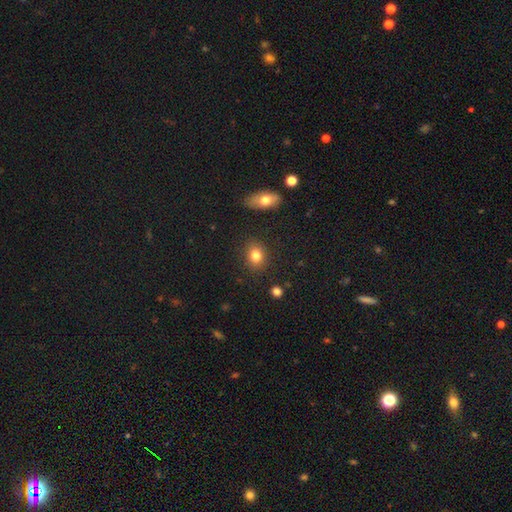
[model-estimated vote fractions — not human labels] smooth_or_featured: smooth (p=0.82) [alt: star or artifact p=0.10]
how_rounded: round (p=0.54) [alt: in between p=0.45]
merging: none (p=0.86) [alt: minor disturbance p=0.09]